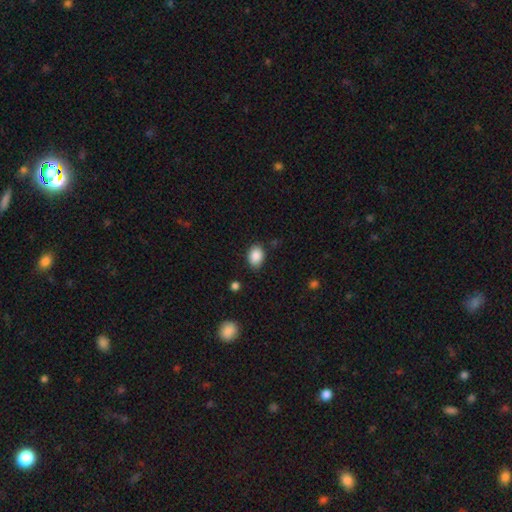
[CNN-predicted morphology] This is clearly a smooth galaxy (88%). How rounded: likely in between (74%). Merging: clearly none (80%).